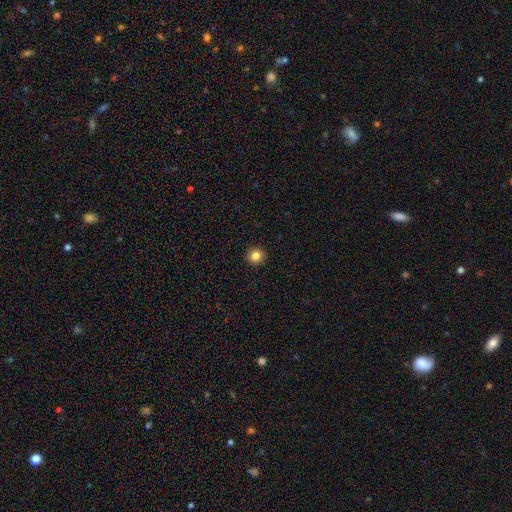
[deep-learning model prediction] A smooth galaxy with no disk features (83%) that is round (91%). Merging: none (93%).